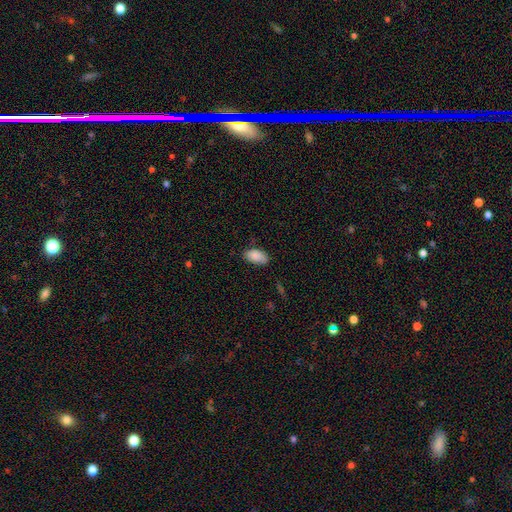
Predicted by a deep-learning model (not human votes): A smooth galaxy with no disk features (88%) that is in between round and cigar-shaped (95%). Merging: none (75%).